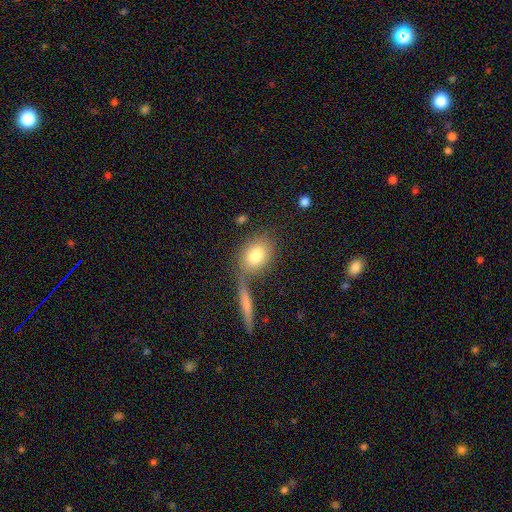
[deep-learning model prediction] This appears to be a smooth galaxy with no disk features (79%) that is in between round and cigar-shaped (51%). Merging: none (64%).